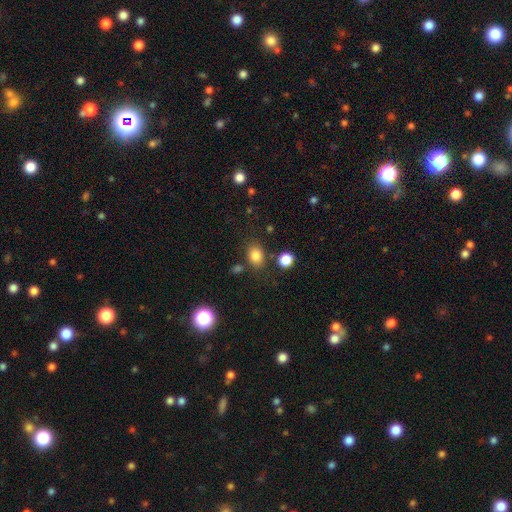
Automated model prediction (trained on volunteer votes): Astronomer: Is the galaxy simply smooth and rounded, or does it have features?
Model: smooth — 82%.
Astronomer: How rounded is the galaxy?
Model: in between — 57% (runner-up: round, 42%).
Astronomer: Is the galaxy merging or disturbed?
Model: none — 77%.